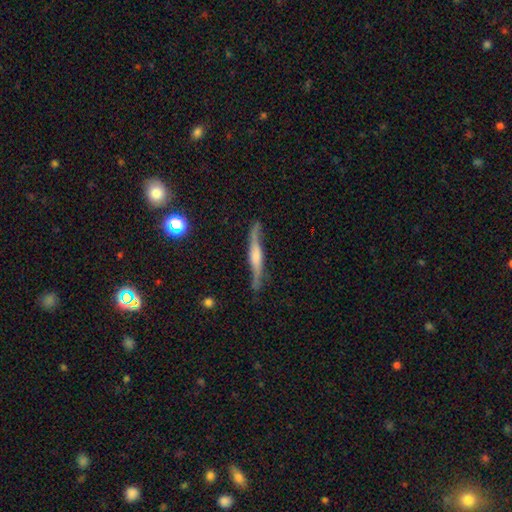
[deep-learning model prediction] smooth_or_featured: featured or disk (p=0.74) [alt: smooth p=0.18]
disk_edge_on: yes (p=0.94) [alt: no p=0.06]
edge_on_bulge: rounded (p=0.74) [alt: boxy p=0.14]
merging: none (p=0.83) [alt: minor disturbance p=0.12]